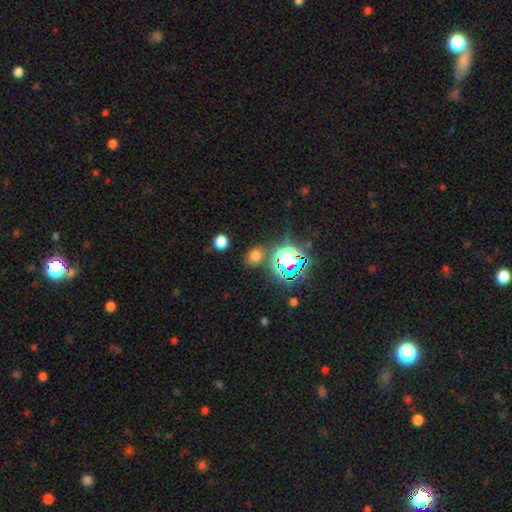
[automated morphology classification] Smooth or featured? smooth (58%)
How rounded? round (63%)
Merging? none (79%)